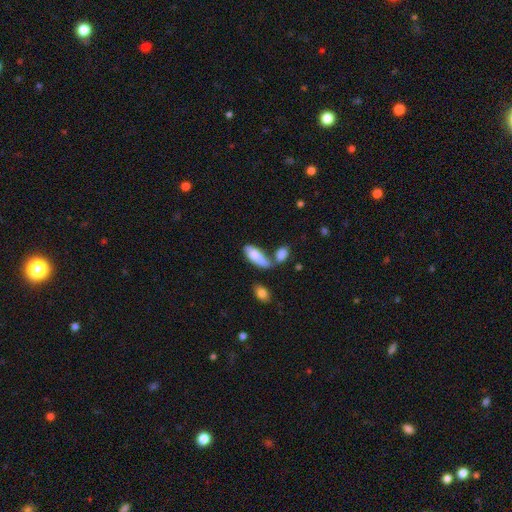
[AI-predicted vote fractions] Smooth or featured: smooth — 81% (featured or disk — 13%)
How rounded: in between — 75% (cigar-shaped — 22%)
Merging: none — 39% (merger — 32%)